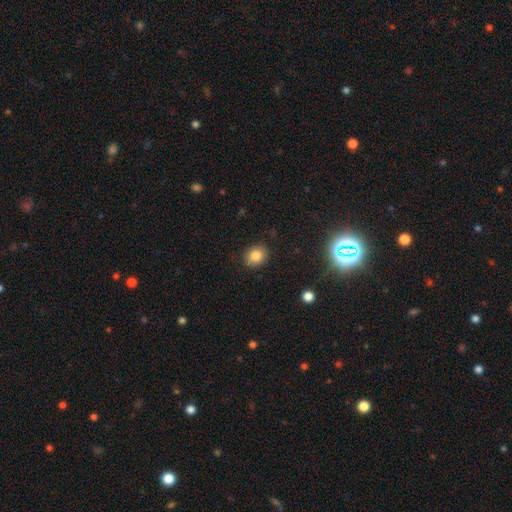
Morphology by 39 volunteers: Smooth or featured? smooth (82%)
How rounded? round (62%)
Merging? none (91%)